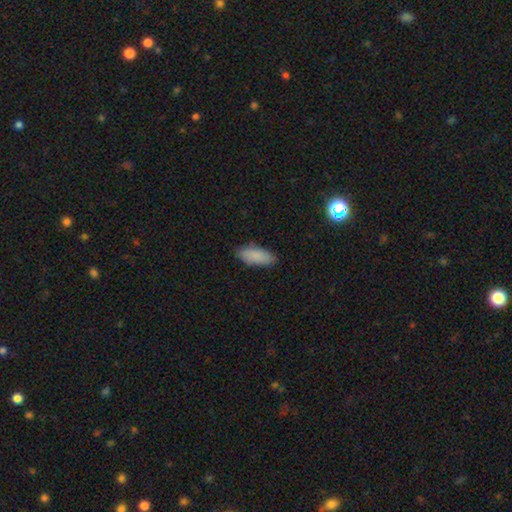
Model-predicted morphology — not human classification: smooth 88%, star or artifact 6%, featured or disk 6%. Down the decision tree: how rounded — in between (82%); merging — none (85%).